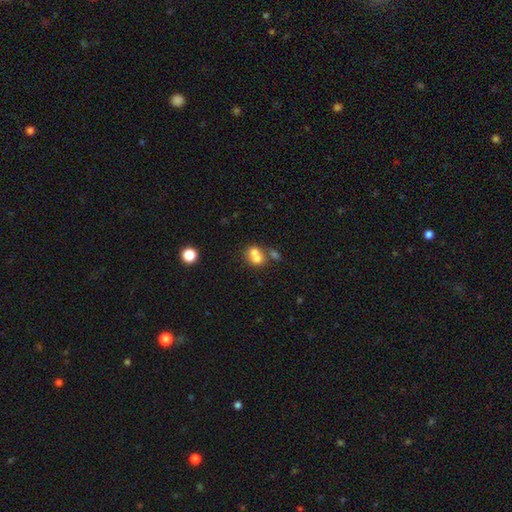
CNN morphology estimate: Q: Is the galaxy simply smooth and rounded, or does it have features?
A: smooth — 67%.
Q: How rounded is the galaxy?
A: round — 63%.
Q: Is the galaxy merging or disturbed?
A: merger — 64%.